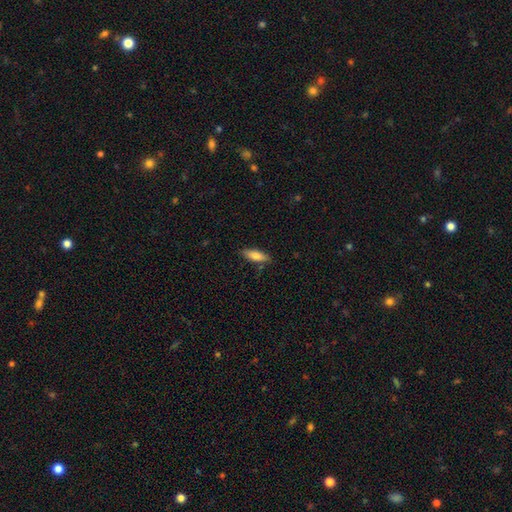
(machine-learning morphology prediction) Smooth or featured? smooth (80%)
How rounded? in between (55%)
Merging? none (83%)